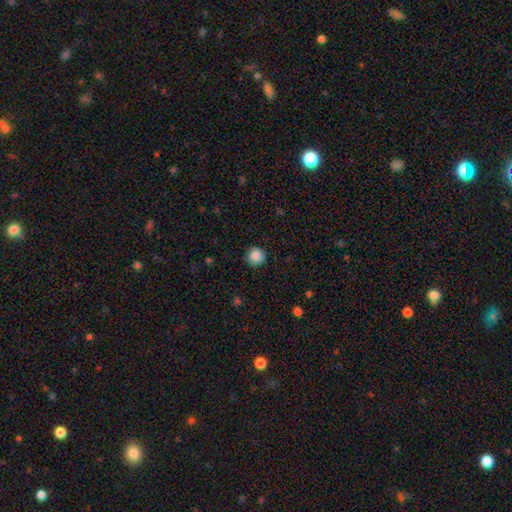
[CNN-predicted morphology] A smooth galaxy with no disk features (86%) that is round (93%).

Vote fractions:
- Smooth or featured? smooth: 86% / star or artifact: 9% / featured or disk: 5%
- How rounded? round: 93% / in between: 6% / cigar-shaped: 1%
- Merging? none: 88% / minor disturbance: 9% / major disturbance: 2% / merger: 1%